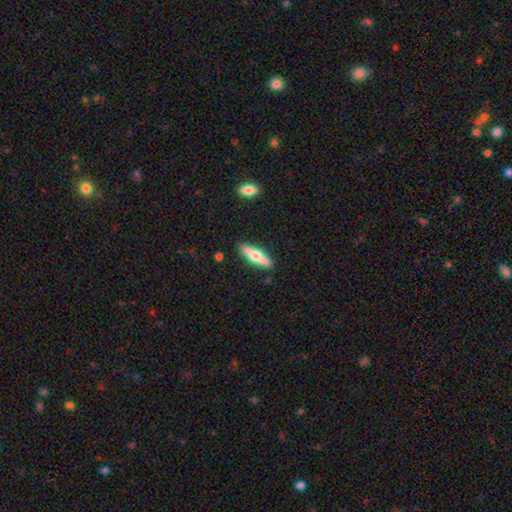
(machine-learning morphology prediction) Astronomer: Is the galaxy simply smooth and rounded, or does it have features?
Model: smooth — 54% (runner-up: featured or disk, 40%).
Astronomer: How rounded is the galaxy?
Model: cigar-shaped — 66%.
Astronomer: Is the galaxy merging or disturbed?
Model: none — 88%.